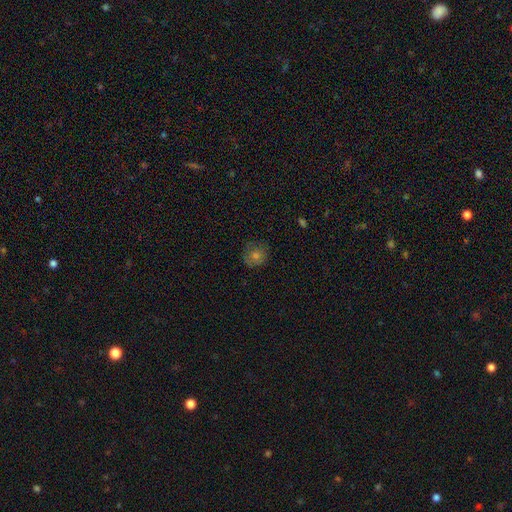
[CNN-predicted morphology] smooth 59%, featured or disk 23%, star or artifact 18%. Down the decision tree: how rounded — round (86%); merging — none (79%).